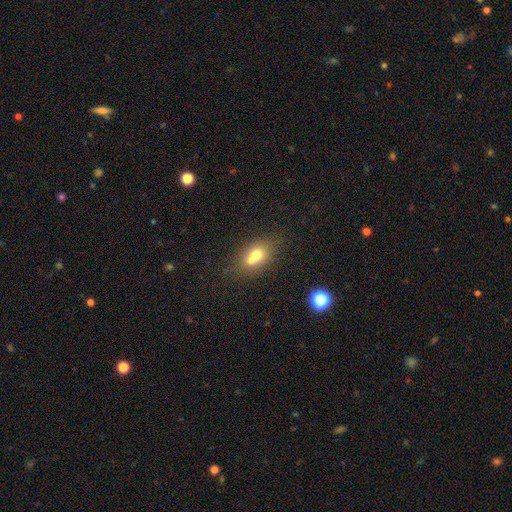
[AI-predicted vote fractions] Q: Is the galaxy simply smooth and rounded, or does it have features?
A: smooth — 66%.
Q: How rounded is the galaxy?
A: in between — 62%.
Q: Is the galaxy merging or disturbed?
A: merger — 51%.